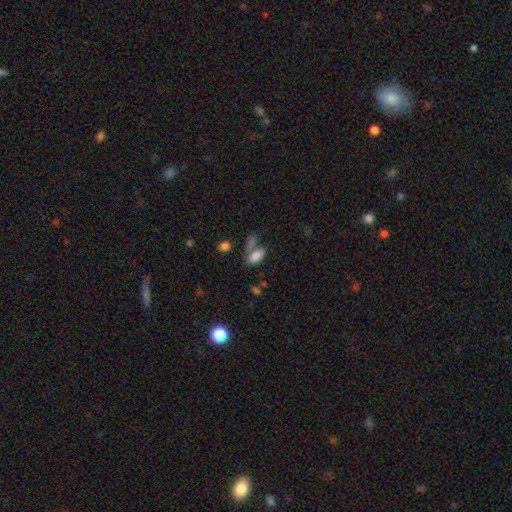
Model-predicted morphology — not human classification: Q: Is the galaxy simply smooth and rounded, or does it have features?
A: smooth — 83%.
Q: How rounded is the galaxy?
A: in between — 90%.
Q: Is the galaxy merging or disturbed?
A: none — 48%.